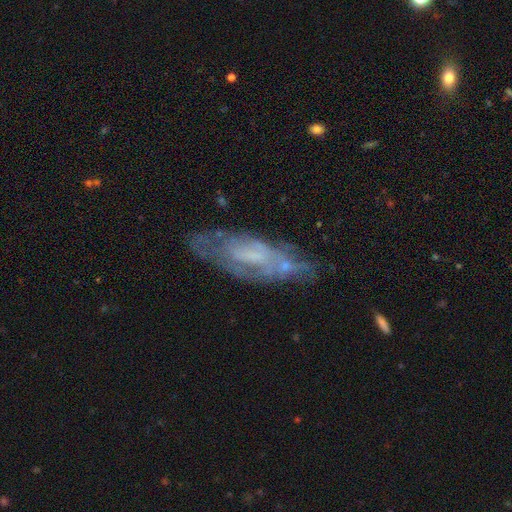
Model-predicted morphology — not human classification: smooth-or-featured: featured or disk: 64% | smooth: 27% | star or artifact: 9%
  disk-edge-on: no: 81% | yes: 19%
    bar: no: 61% | weak: 30% | strong: 9%
    has-spiral-arms: no: 56% | yes: 44%
    bulge-size: none: 43% | small: 33% | moderate: 20% | large: 4% | dominant: 1%
  merging: none: 56% | minor disturbance: 24% | major disturbance: 14% | merger: 6%